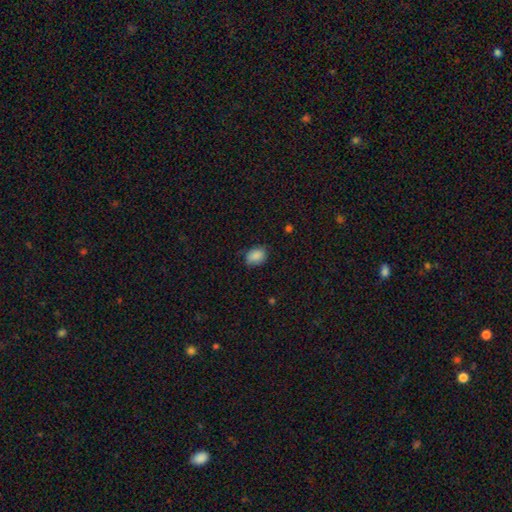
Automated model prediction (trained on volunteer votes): This is clearly a smooth galaxy (87%). How rounded: likely in between (71%). Merging: likely none (72%).